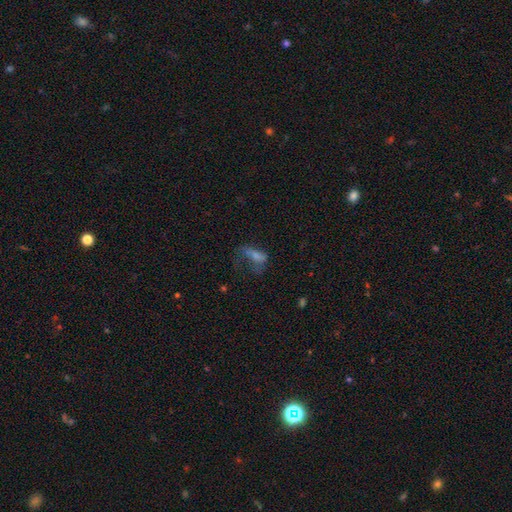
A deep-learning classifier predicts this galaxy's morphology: Smooth or featured? smooth (41%)
Merging? major disturbance (47%)